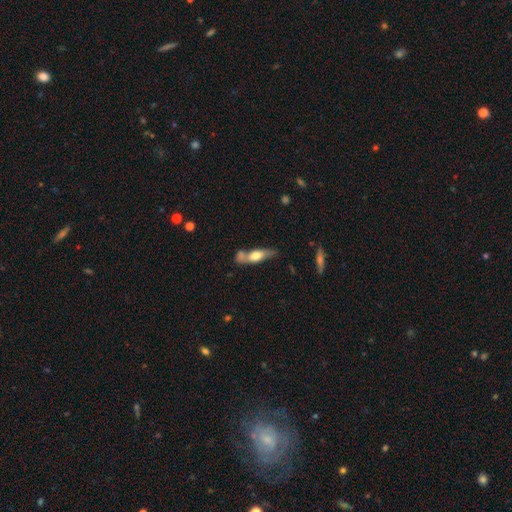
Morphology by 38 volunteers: This appears to be a smooth galaxy with no disk features (50%) that is in between round and cigar-shaped (58%). Merging: none (44%).